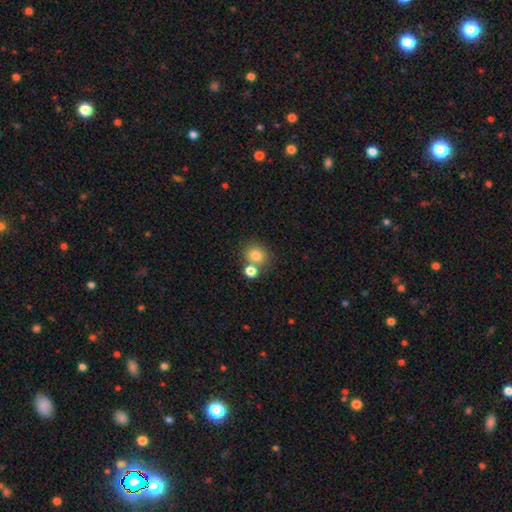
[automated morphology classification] smooth 80%, star or artifact 12%, featured or disk 8%. Down the decision tree: how rounded — round (75%); merging — none (58%).